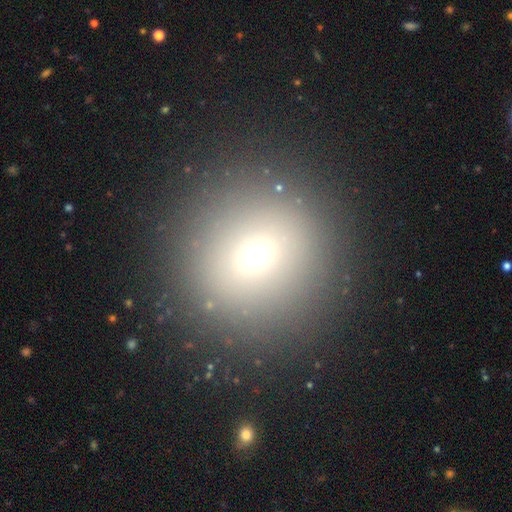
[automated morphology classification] Smooth or featured: smooth — 65% (star or artifact — 21%)
How rounded: round — 92% (in between — 7%)
Merging: none — 88% (minor disturbance — 7%)